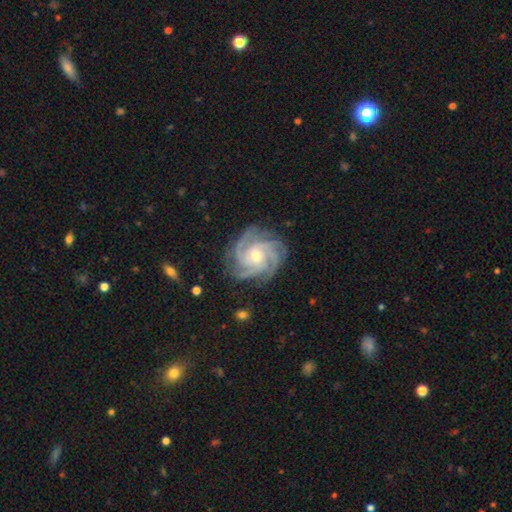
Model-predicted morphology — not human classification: Overall: featured or disk (91%). Edge-on disk: no (98%). Bar: no (66%). Spiral arms: yes (99%). Spiral arm count: 4 (39%; 3 21%). Spiral winding: tight (71%). Bulge size: moderate (50%; small 45%). Merging: none (82%).